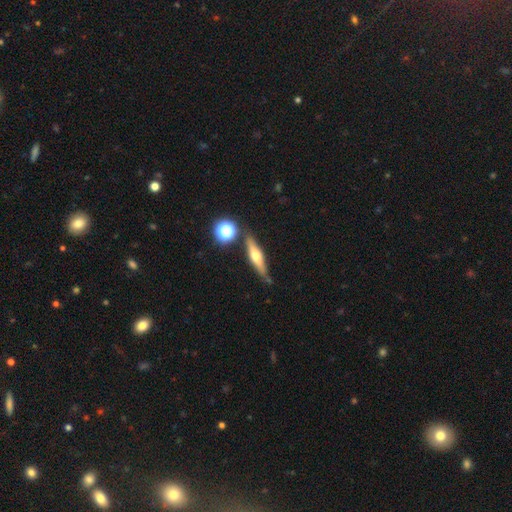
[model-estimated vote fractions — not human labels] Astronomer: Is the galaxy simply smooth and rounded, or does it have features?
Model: featured or disk — 57% (runner-up: smooth, 34%).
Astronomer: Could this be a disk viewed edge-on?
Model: yes — 93%.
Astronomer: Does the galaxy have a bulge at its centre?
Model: rounded — 92%.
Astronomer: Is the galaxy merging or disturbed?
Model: none — 78%.